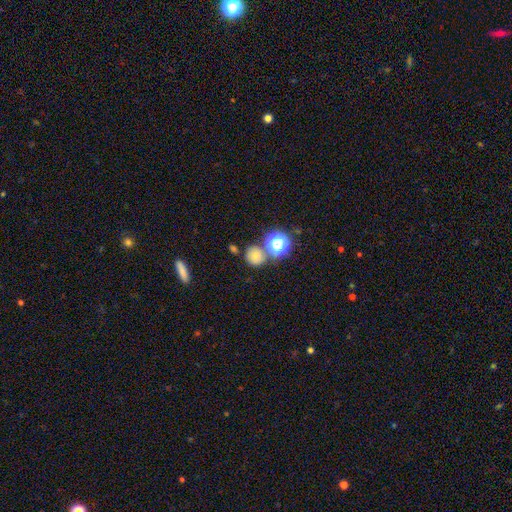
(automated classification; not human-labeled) This appears to be a smooth galaxy with no disk features (72%) that is round (89%). Merging: none (71%).